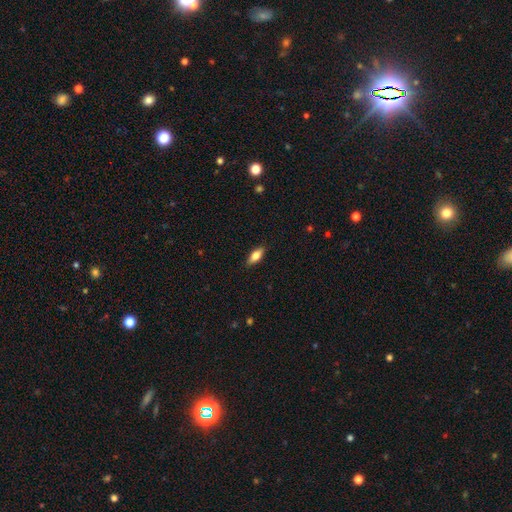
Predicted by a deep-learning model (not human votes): The model was most divided on "smooth or featured": smooth: 77%, featured or disk: 16%, star or artifact: 7%. More confident: merging — none (87%); how rounded — in between (81%).